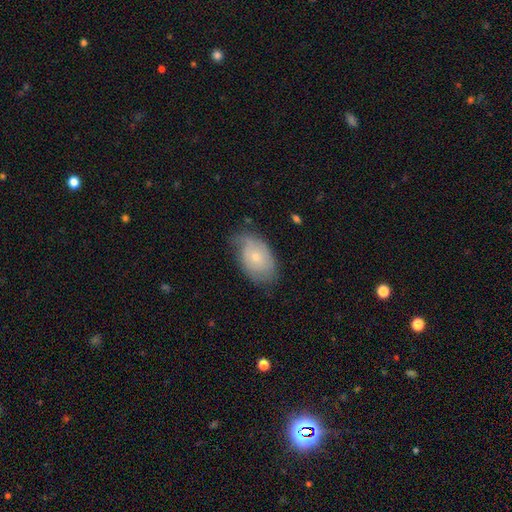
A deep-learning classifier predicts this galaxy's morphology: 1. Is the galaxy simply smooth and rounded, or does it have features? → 49% smooth, 44% featured or disk, 7% star or artifact.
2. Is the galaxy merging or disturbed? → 54% none, 33% minor disturbance, 11% major disturbance, 2% merger.